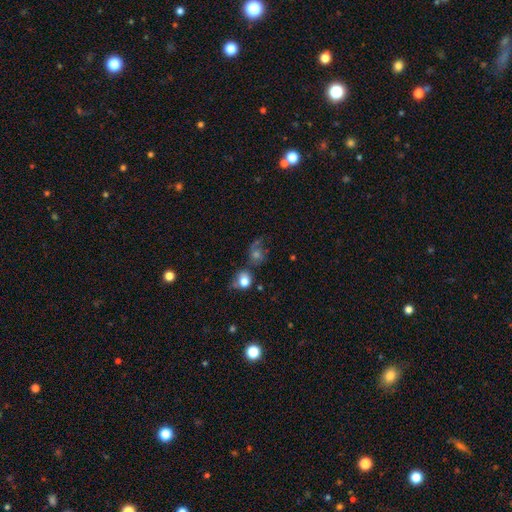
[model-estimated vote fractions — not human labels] smooth 45%, featured or disk 28%, star or artifact 26%. Down the decision tree: merging — none (43%).